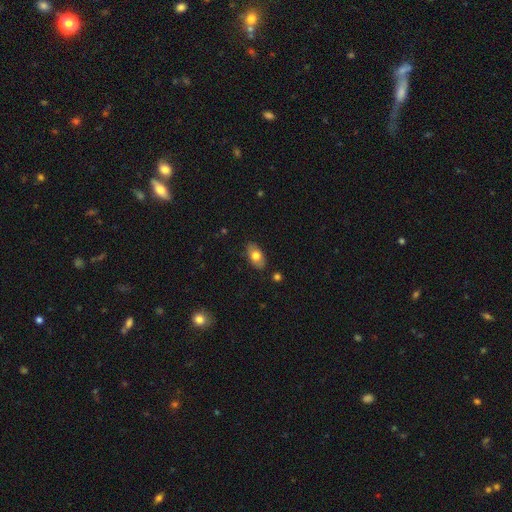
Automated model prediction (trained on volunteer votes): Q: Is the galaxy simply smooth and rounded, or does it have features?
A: smooth — 72%.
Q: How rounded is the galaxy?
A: in between — 92%.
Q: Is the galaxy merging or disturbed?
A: none — 85%.